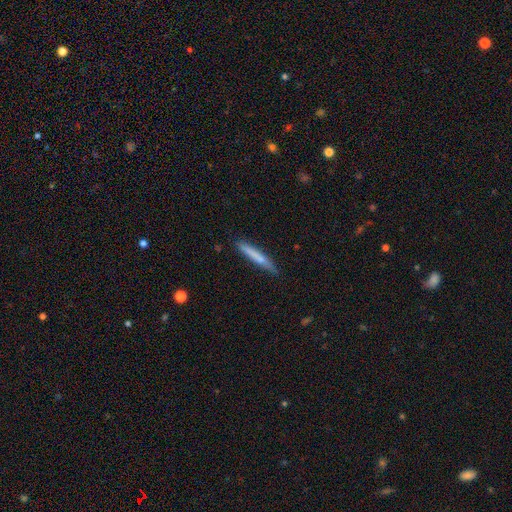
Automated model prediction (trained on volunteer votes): Smooth or featured: smooth — 69% (featured or disk — 25%)
How rounded: cigar-shaped — 95% (in between — 3%)
Merging: none — 86% (minor disturbance — 11%)